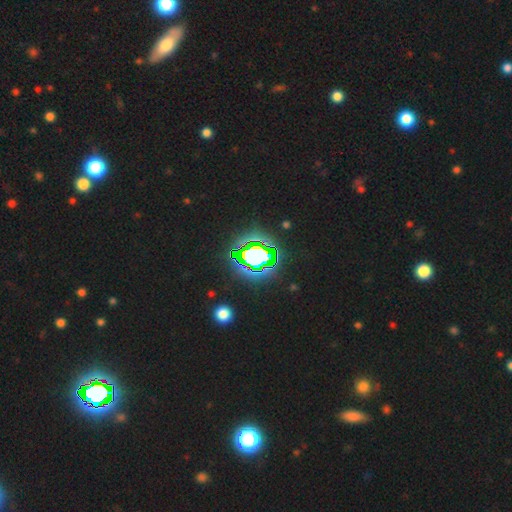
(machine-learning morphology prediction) Smooth or featured?
  - star or artifact: 70% *
  - smooth: 17%
  - featured or disk: 13%